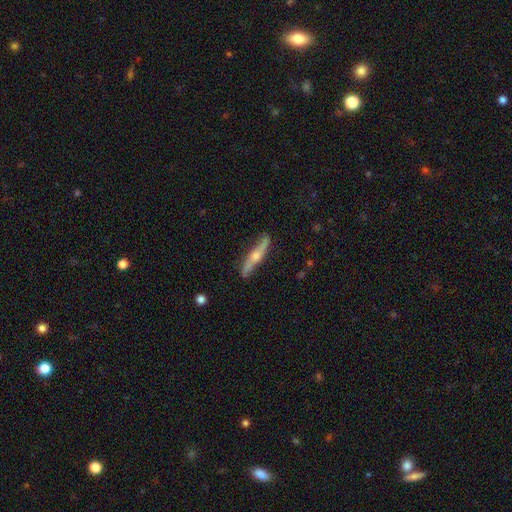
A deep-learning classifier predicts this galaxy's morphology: A featured or disk galaxy (65%) viewed edge-on (81%) with a rounded central bulge (90%).

Vote fractions:
- Smooth or featured? featured or disk: 65% / smooth: 29% / star or artifact: 5%
- Edge-on disk? yes: 81% / no: 19%
- Edge-on bulge? rounded: 90% / none: 7% / boxy: 3%
- Merging? none: 82% / minor disturbance: 14% / major disturbance: 2% / merger: 1%